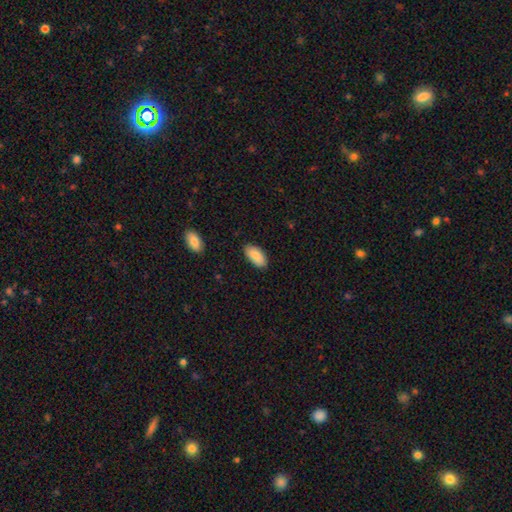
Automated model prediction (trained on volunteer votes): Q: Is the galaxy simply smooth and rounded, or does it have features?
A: smooth — 85%.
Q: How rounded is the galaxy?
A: in between — 94%.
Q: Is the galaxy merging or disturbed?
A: none — 84%.